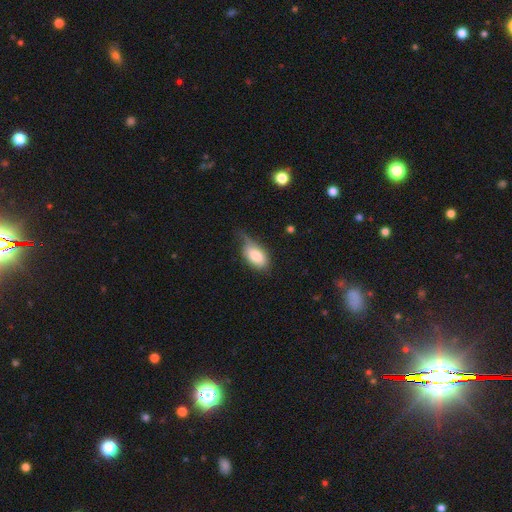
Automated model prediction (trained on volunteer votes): Q: Smooth or featured?
A: smooth (81%); runner-up: featured or disk (12%)
Q: How rounded?
A: in between (92%); runner-up: round (5%)
Q: Merging?
A: minor disturbance (45%); runner-up: none (33%)